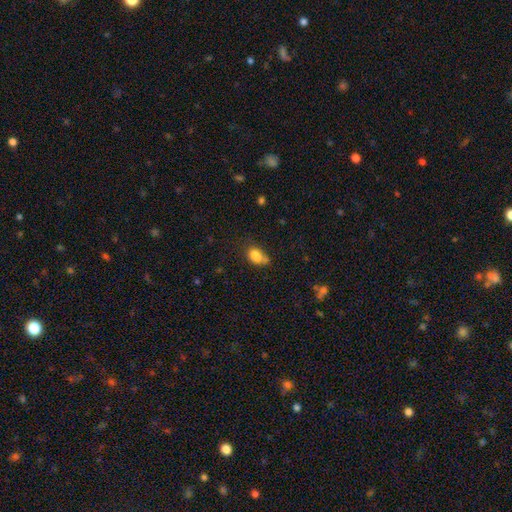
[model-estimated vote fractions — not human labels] smooth_or_featured: smooth (p=0.79) [alt: star or artifact p=0.11]
how_rounded: in between (p=0.79) [alt: round p=0.19]
merging: none (p=0.40) [alt: minor disturbance p=0.26]